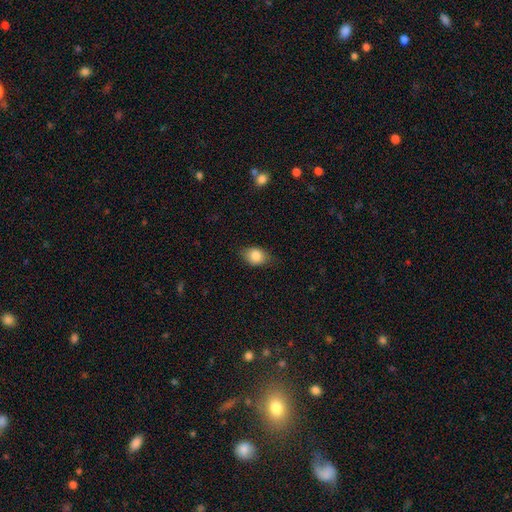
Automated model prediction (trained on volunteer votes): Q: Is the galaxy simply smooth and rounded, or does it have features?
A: smooth — 83%.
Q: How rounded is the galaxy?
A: in between — 70%.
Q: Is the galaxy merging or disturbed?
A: none — 74%.